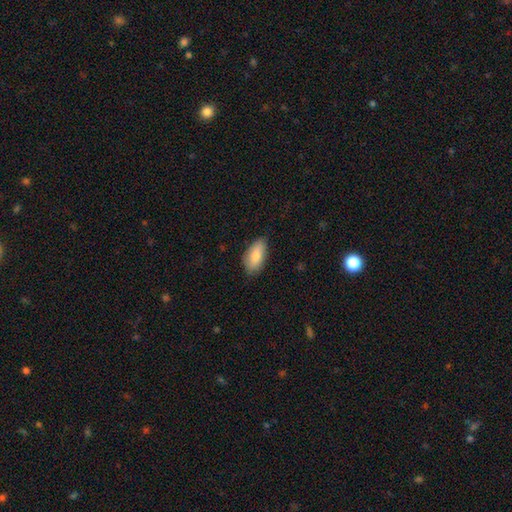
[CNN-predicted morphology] smooth 84%, featured or disk 10%, star or artifact 6%. Down the decision tree: how rounded — in between (91%); merging — none (77%).